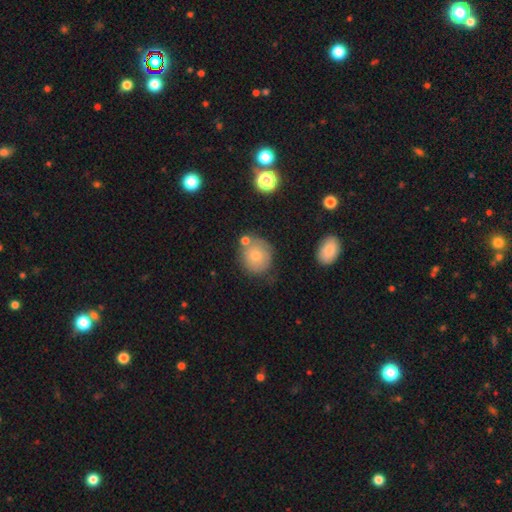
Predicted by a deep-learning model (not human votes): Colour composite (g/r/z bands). It shows a smooth galaxy with no disk features (70%) that is round (85%). Merging: none (62%).